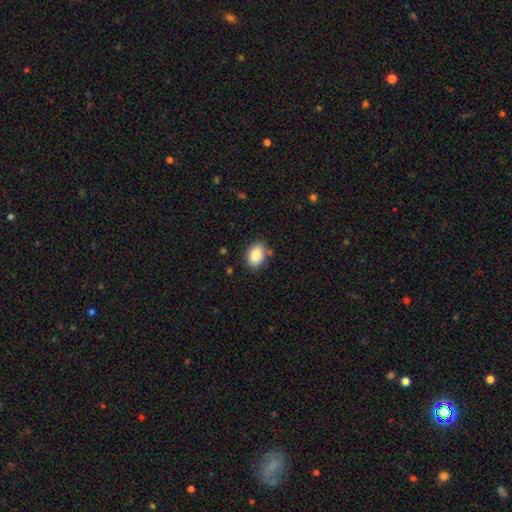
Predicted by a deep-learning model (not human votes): smooth 88%, star or artifact 7%, featured or disk 5%. Down the decision tree: how rounded — in between (77%); merging — none (82%).